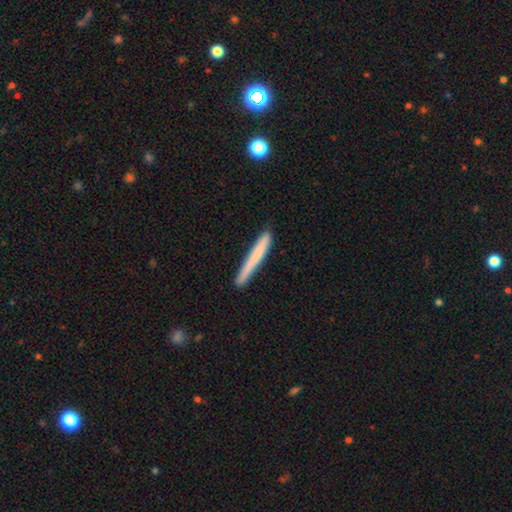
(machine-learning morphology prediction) Smooth or featured? Predicted: smooth (p=0.70). How rounded? Predicted: cigar-shaped (p=0.97). Merging? Predicted: none (p=0.87).